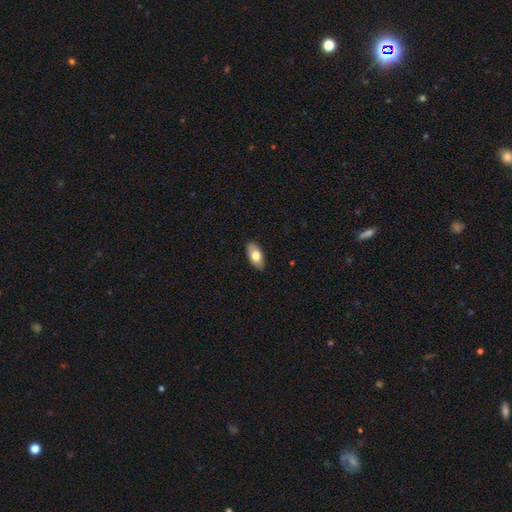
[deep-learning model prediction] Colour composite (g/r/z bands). It shows a smooth galaxy with no disk features (74%) that is in between round and cigar-shaped (93%). Merging: none (87%).